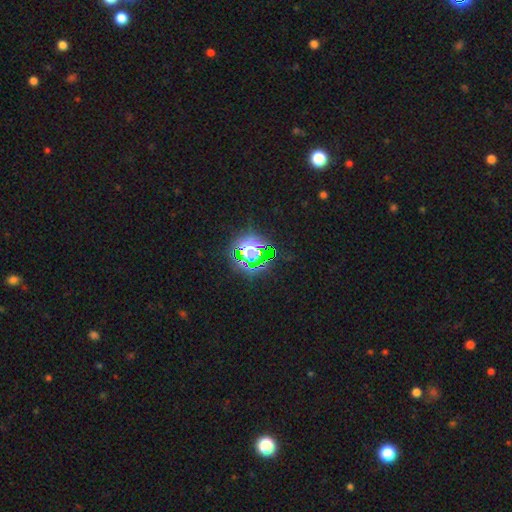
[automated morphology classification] smooth-or-featured: star or artifact: 70% | smooth: 18% | featured or disk: 12%